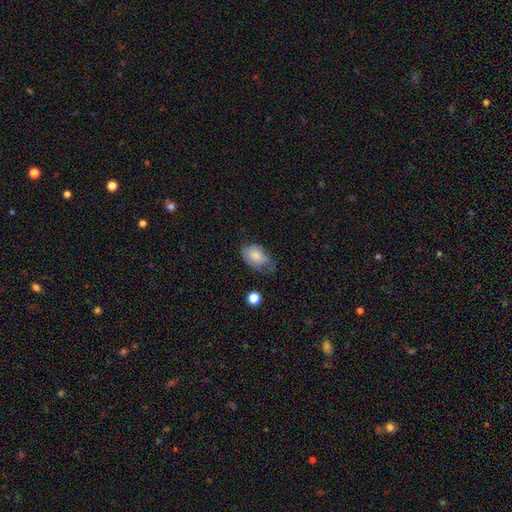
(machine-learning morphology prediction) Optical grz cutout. It shows a smooth galaxy with no disk features (77%) that is in between round and cigar-shaped (85%). Merging: minor disturbance (40%).